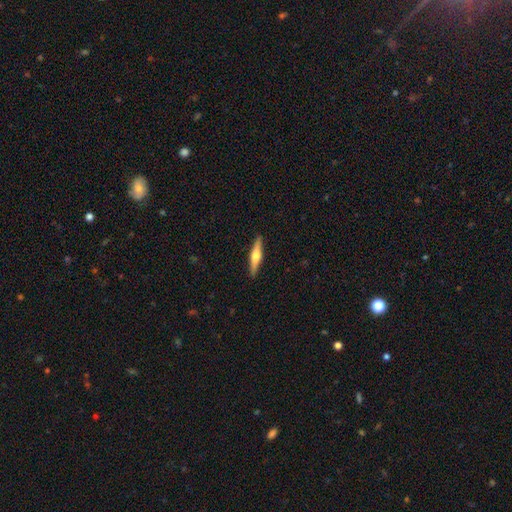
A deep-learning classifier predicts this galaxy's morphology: A featured or disk galaxy (61%) viewed edge-on (97%) with a rounded central bulge (91%).

Vote fractions:
- Smooth or featured? featured or disk: 61% / smooth: 33% / star or artifact: 5%
- Edge-on disk? yes: 97% / no: 3%
- Edge-on bulge? rounded: 91% / boxy: 5% / none: 3%
- Merging? none: 91% / minor disturbance: 6% / major disturbance: 1% / merger: 1%